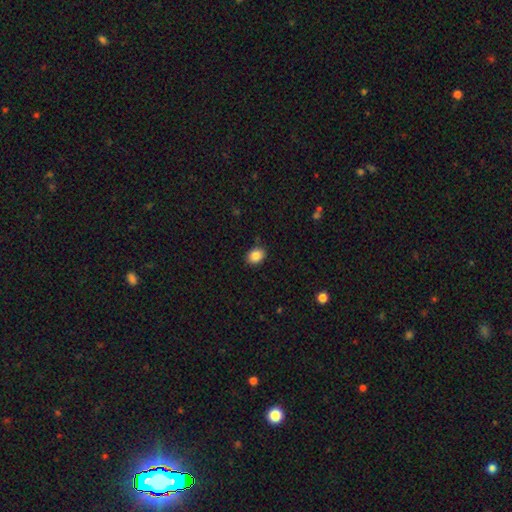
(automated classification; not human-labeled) Smooth or featured? Predicted: smooth (p=0.86). How rounded? Predicted: in between (p=0.57). Merging? Predicted: none (p=0.87).